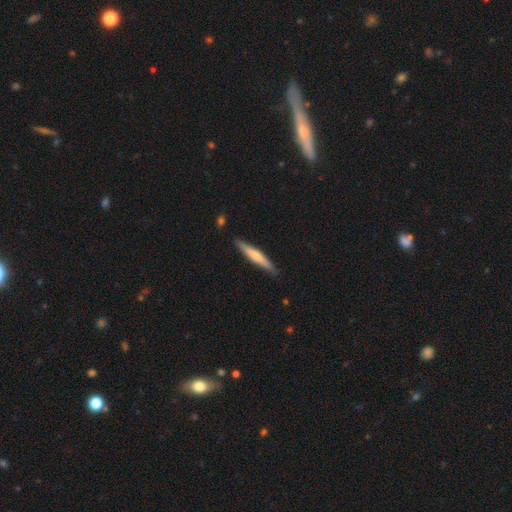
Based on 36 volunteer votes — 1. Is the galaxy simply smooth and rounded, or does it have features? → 67% smooth, 31% featured or disk, 3% star or artifact.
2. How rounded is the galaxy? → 88% cigar-shaped, 12% in between, 0% round.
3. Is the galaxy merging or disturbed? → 97% none, 3% minor disturbance, 0% major disturbance, 0% merger.